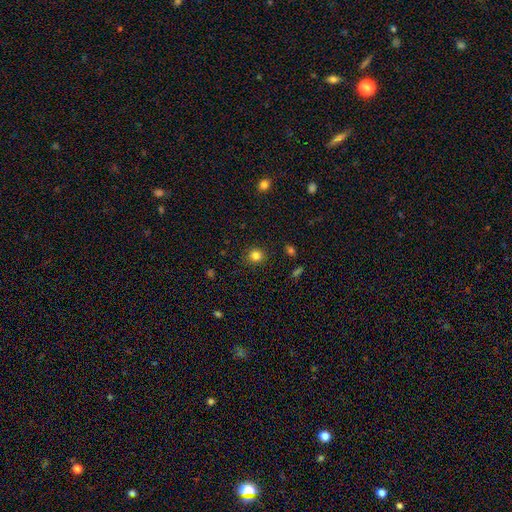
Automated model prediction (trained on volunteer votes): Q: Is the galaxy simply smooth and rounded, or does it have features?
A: smooth — 83%.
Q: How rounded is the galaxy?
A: round — 86%.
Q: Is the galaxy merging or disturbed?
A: none — 89%.